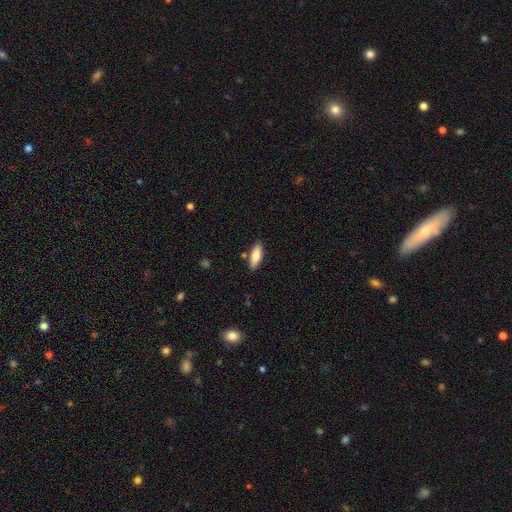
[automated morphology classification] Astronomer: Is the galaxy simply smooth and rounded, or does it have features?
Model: smooth — 81%.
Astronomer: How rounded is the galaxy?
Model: in between — 64%.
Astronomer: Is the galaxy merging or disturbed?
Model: none — 84%.